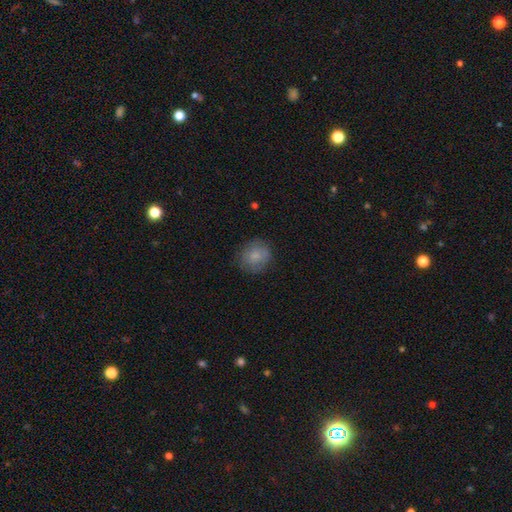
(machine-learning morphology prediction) A smooth galaxy with no disk features (78%) that is round (81%).

Vote fractions:
- Smooth or featured? smooth: 78% / featured or disk: 14% / star or artifact: 8%
- How rounded? round: 81% / in between: 18% / cigar-shaped: 1%
- Merging? none: 77% / minor disturbance: 16% / major disturbance: 5% / merger: 1%